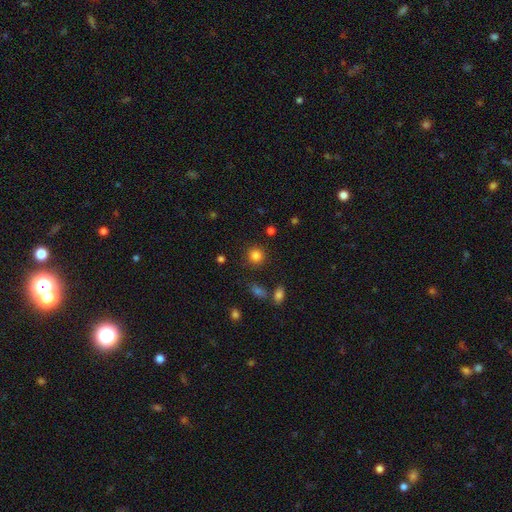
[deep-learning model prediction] smooth_or_featured: smooth (p=0.83) [alt: star or artifact p=0.12]
how_rounded: round (p=0.91) [alt: in between p=0.08]
merging: none (p=0.88) [alt: minor disturbance p=0.07]